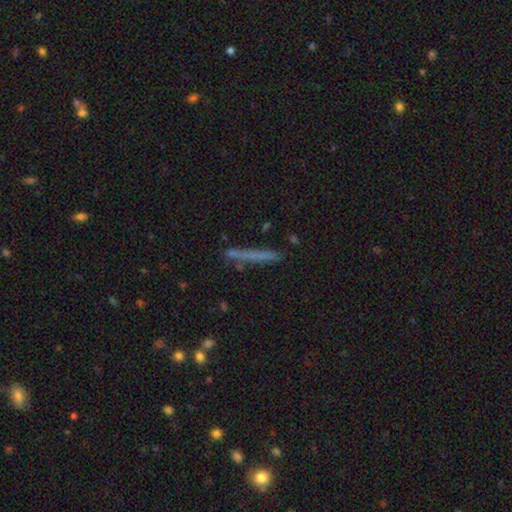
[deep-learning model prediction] A smooth galaxy with no disk features (60%) that is cigar-shaped (96%). Merging: none (85%).